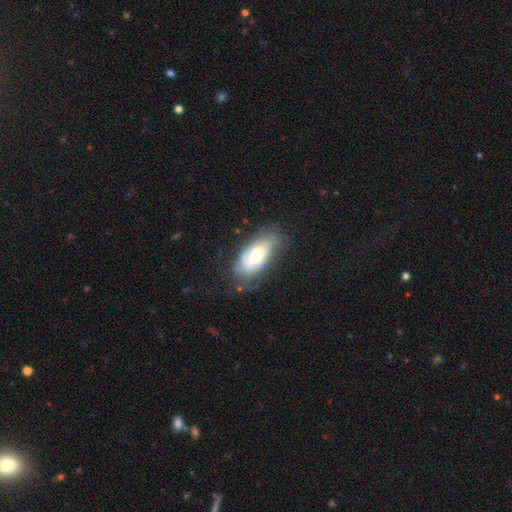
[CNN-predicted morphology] The model was most divided on "smooth or featured": featured or disk: 53%, smooth: 40%, star or artifact: 7%. More confident: edge-on disk — no (86%); merging — none (62%).